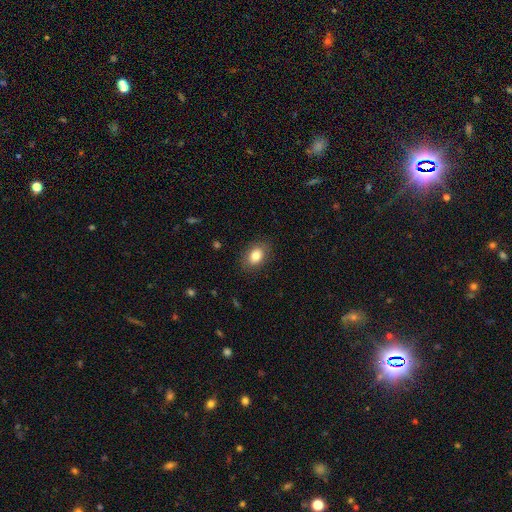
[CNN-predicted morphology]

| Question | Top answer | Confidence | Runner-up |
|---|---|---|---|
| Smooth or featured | smooth | 83% | featured or disk (9%) |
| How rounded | in between | 77% | round (21%) |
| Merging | none | 85% | minor disturbance (11%) |